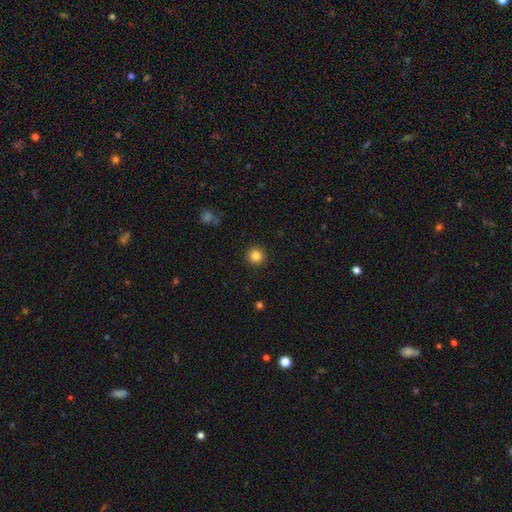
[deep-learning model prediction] smooth-or-featured: smooth: 84% | star or artifact: 11% | featured or disk: 5%
  how-rounded: round: 95% | in between: 4% | cigar-shaped: 1%
  merging: none: 92% | minor disturbance: 5% | major disturbance: 2% | merger: 1%